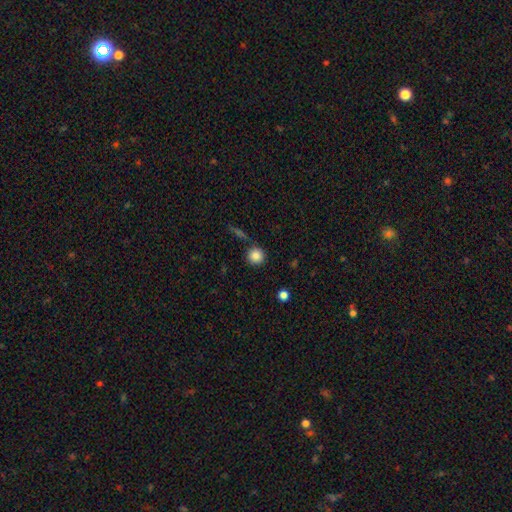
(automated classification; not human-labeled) This appears to be a smooth galaxy with no disk features (86%) that is round (94%). Merging: none (85%).